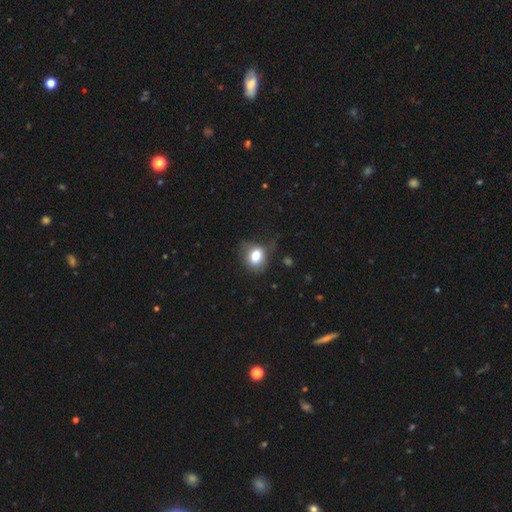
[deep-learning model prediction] smooth-or-featured: smooth: 78% | featured or disk: 12% | star or artifact: 10%
  how-rounded: in between: 59% | round: 40% | cigar-shaped: 1%
  merging: none: 56% | minor disturbance: 28% | major disturbance: 13% | merger: 2%